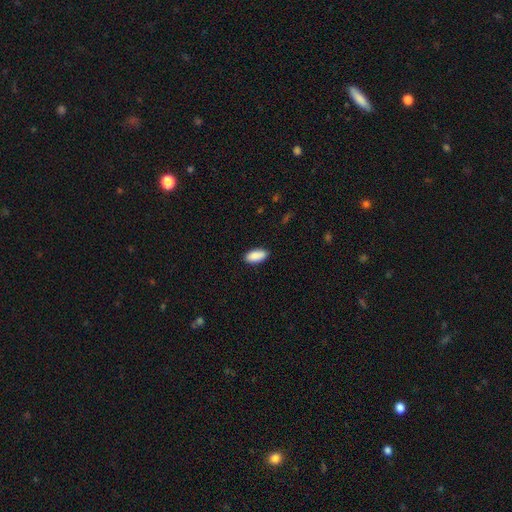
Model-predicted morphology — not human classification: A smooth galaxy with no disk features (89%) that is in between round and cigar-shaped (90%).

Vote fractions:
- Smooth or featured? smooth: 89% / star or artifact: 6% / featured or disk: 4%
- How rounded? in between: 90% / cigar-shaped: 7% / round: 2%
- Merging? none: 87% / minor disturbance: 10% / major disturbance: 2% / merger: 1%